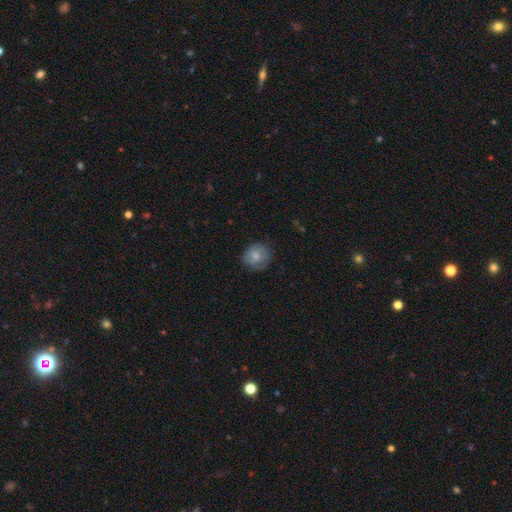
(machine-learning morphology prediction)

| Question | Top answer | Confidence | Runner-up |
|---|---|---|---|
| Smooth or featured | smooth | 76% | featured or disk (16%) |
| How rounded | round | 78% | in between (21%) |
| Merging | none | 73% | minor disturbance (21%) |